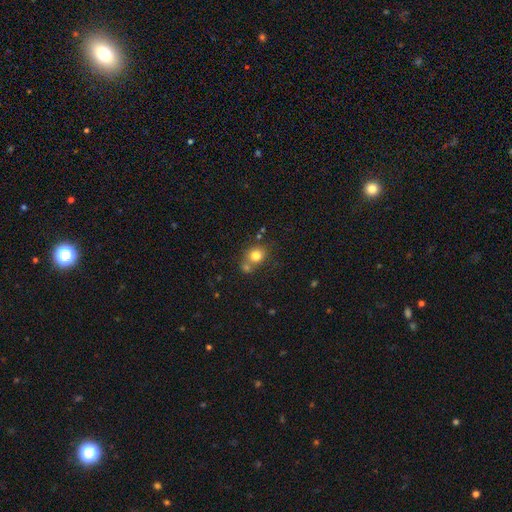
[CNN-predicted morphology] smooth_or_featured: smooth (p=0.79) [alt: star or artifact p=0.12]
how_rounded: round (p=0.75) [alt: in between p=0.24]
merging: none (p=0.55) [alt: merger p=0.29]